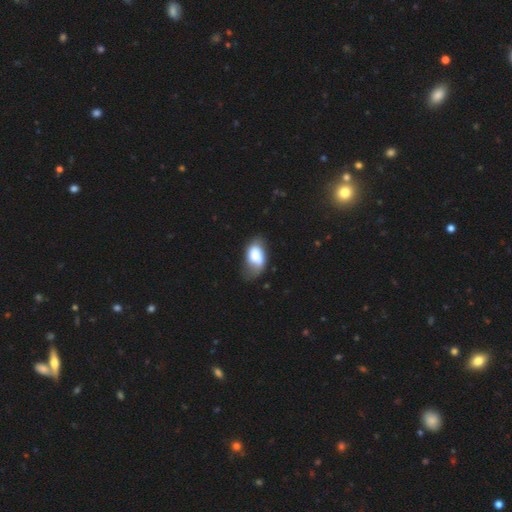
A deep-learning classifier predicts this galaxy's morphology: Smooth or featured? smooth (72%)
How rounded? in between (91%)
Merging? minor disturbance (37%, tied with none)